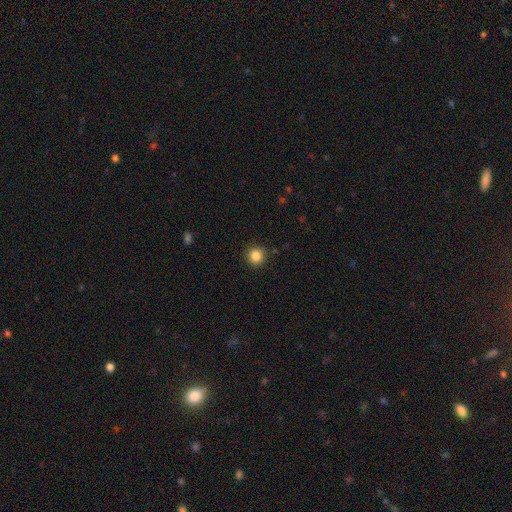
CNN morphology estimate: This is clearly a smooth galaxy (86%). How rounded: clearly round (93%). Merging: clearly none (91%).